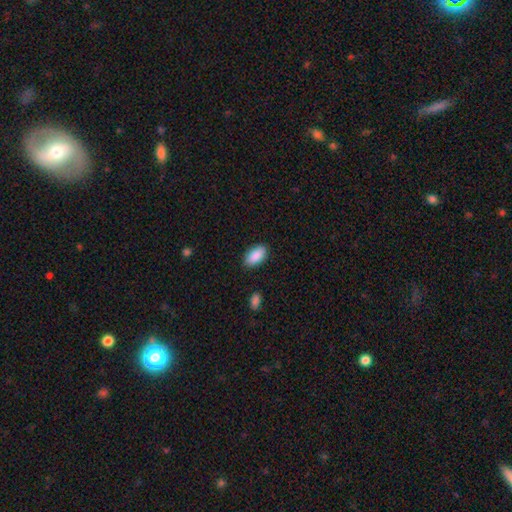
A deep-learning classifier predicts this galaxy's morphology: smooth 90%, star or artifact 6%, featured or disk 4%. Down the decision tree: how rounded — in between (94%); merging — none (86%).